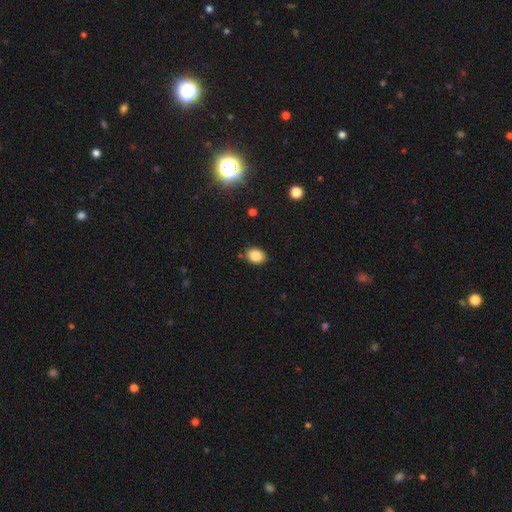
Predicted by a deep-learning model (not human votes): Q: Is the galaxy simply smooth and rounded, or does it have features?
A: smooth — 84%.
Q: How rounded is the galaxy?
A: in between — 64%.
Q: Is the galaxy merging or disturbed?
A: none — 85%.